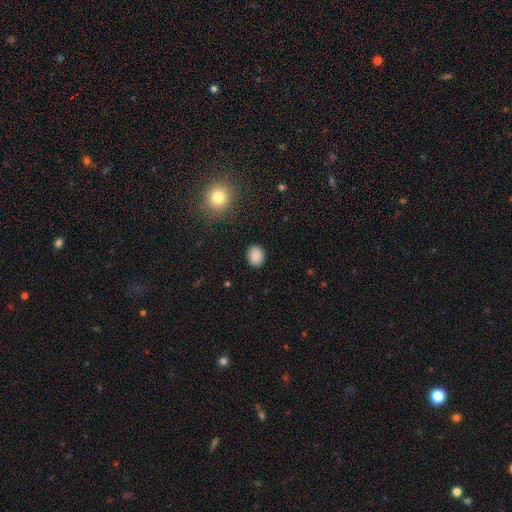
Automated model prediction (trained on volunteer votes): Q: Smooth or featured?
A: smooth (87%); runner-up: star or artifact (9%)
Q: How rounded?
A: in between (57%); runner-up: round (42%)
Q: Merging?
A: none (88%); runner-up: minor disturbance (8%)